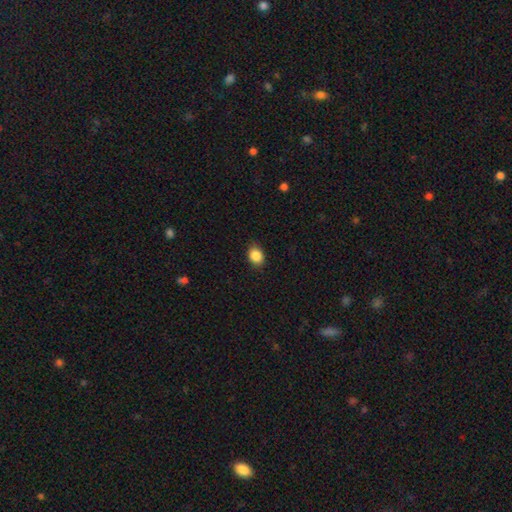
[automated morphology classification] Smooth or featured? smooth (87%)
How rounded? in between (61%)
Merging? none (85%)